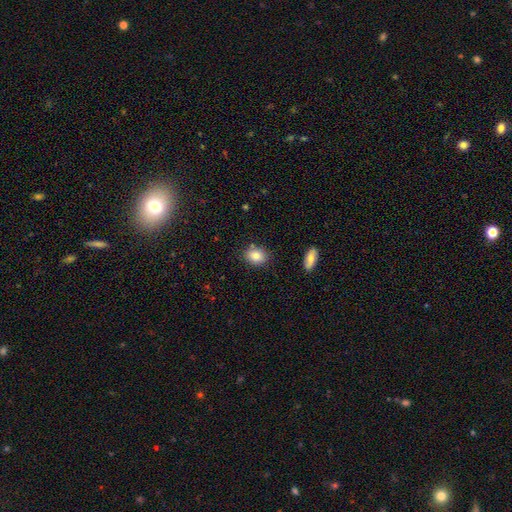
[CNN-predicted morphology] The model was most divided on "how rounded": in between: 59%, round: 40%, cigar-shaped: 1%. More confident: smooth or featured — smooth (84%); merging — none (81%).